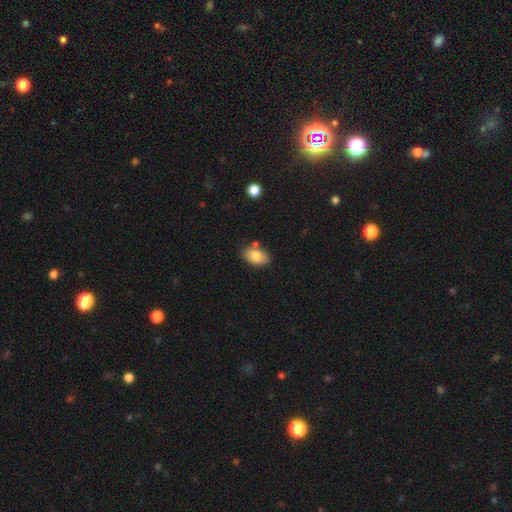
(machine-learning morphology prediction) This is likely a smooth galaxy (80%). How rounded: clearly in between (88%). Merging: likely none (75%).